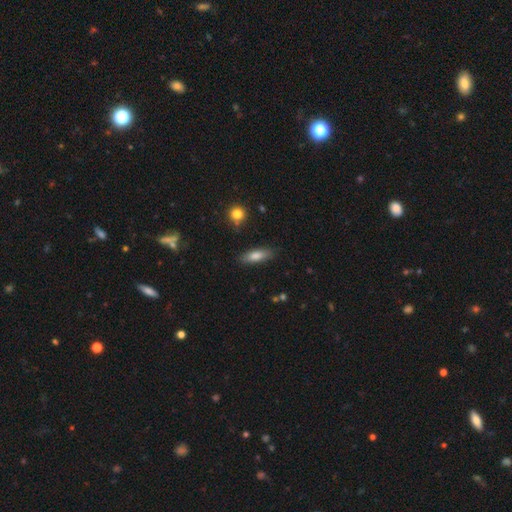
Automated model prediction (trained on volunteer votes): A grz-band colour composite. It shows a smooth galaxy with no disk features (78%) that is in between round and cigar-shaped (55%). Merging: none (84%).